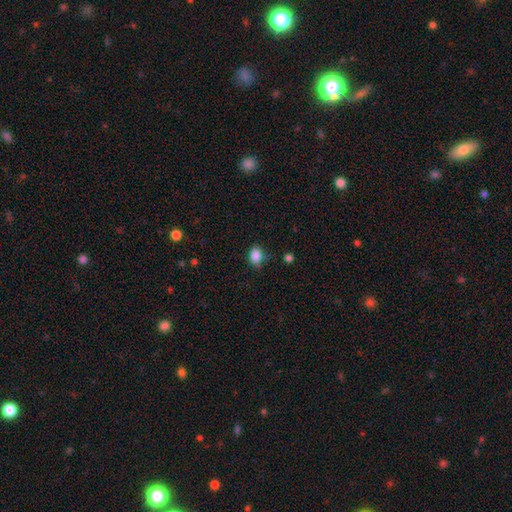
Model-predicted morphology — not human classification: Overall: smooth (86%). How rounded: in between (63%; round 36%). Merging: none (69%).